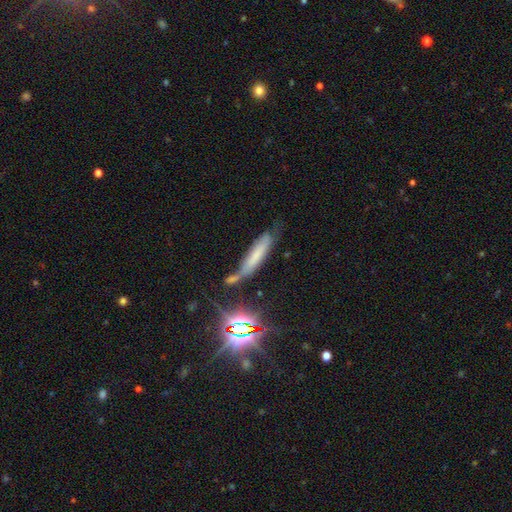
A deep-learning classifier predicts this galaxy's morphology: This appears to be a smooth galaxy with no disk features (50%). Merging: none (53%).